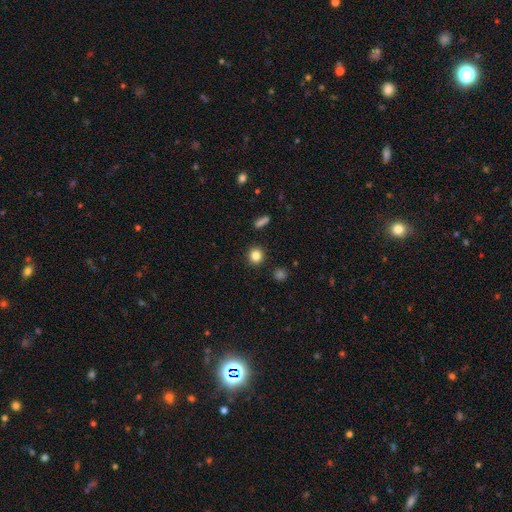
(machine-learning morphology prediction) Smooth or featured? smooth (84%)
How rounded? round (89%)
Merging? none (91%)